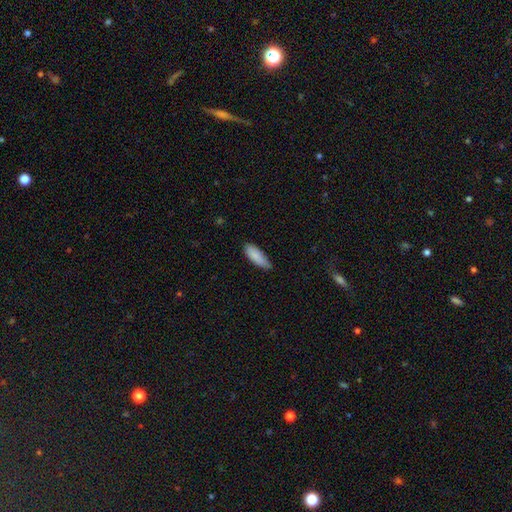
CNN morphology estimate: The model was most divided on "how rounded": in between: 65%, cigar-shaped: 33%, round: 1%. More confident: smooth or featured — smooth (88%); merging — none (67%).